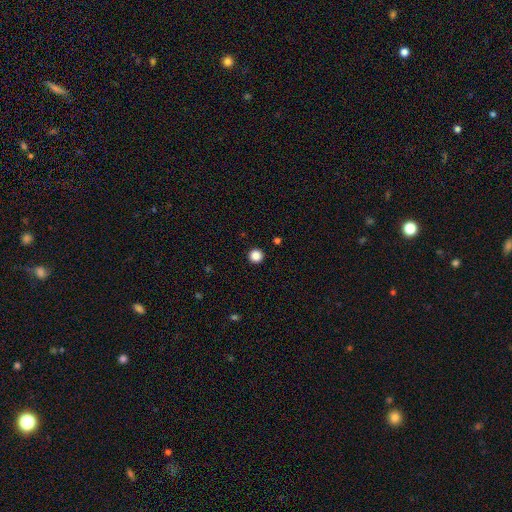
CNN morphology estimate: Smooth or featured? smooth (87%)
How rounded? round (97%)
Merging? none (94%)